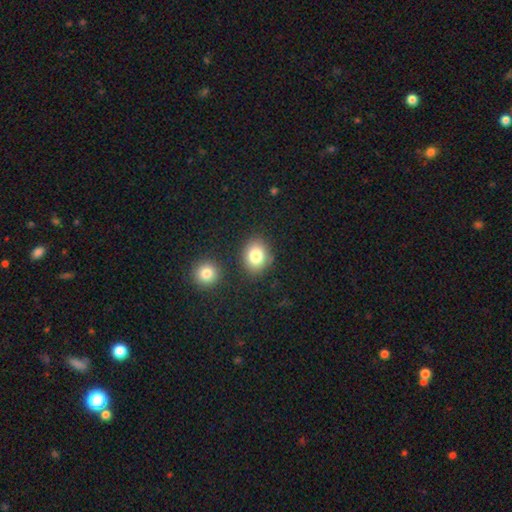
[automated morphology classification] Overall: smooth (81%). How rounded: round (55%; in between 44%). Merging: none (80%).